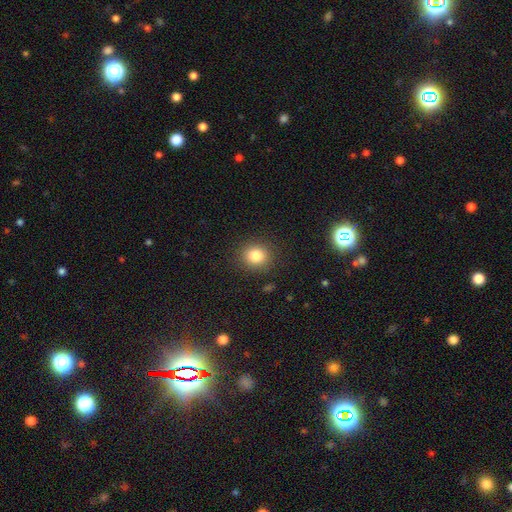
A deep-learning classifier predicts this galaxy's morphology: A smooth galaxy with no disk features (83%) that is round (84%).

Vote fractions:
- Smooth or featured? smooth: 83% / star or artifact: 11% / featured or disk: 6%
- How rounded? round: 84% / in between: 15% / cigar-shaped: 1%
- Merging? none: 89% / minor disturbance: 7% / major disturbance: 3% / merger: 1%